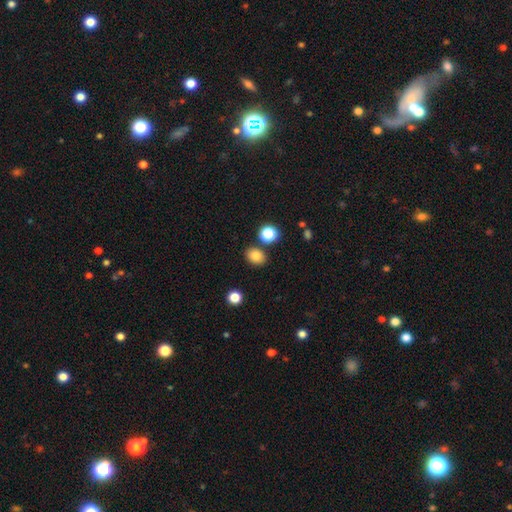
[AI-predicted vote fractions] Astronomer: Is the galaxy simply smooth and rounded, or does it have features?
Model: smooth — 82%.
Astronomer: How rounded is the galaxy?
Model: in between — 55% (runner-up: round, 44%).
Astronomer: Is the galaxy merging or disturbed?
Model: none — 83%.